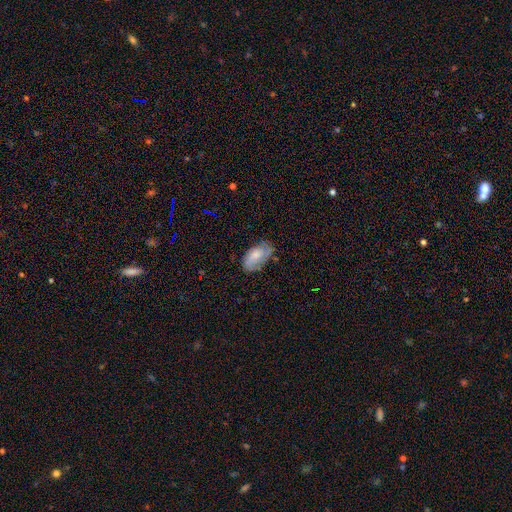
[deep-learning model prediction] smooth-or-featured: smooth: 53% | featured or disk: 40% | star or artifact: 8%
  how-rounded: in between: 93% | round: 4% | cigar-shaped: 3%
  merging: none: 64% | minor disturbance: 26% | major disturbance: 8% | merger: 2%